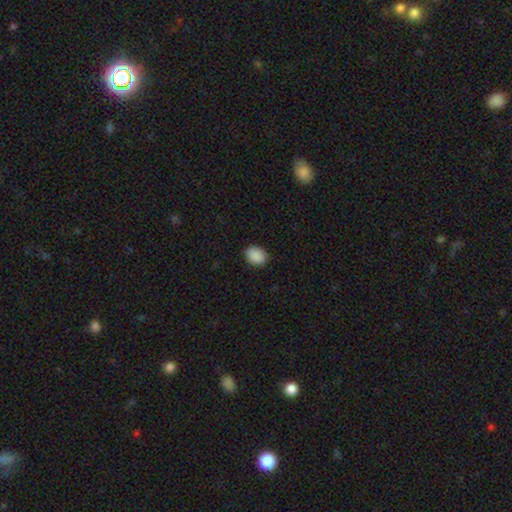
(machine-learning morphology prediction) Smooth or featured?
  - smooth: 90% *
  - star or artifact: 8%
  - featured or disk: 2%
How rounded?
  - in between: 67% *
  - round: 32%
  - cigar-shaped: 1%
Merging?
  - none: 88% *
  - minor disturbance: 9%
  - major disturbance: 2%
  - merger: 1%